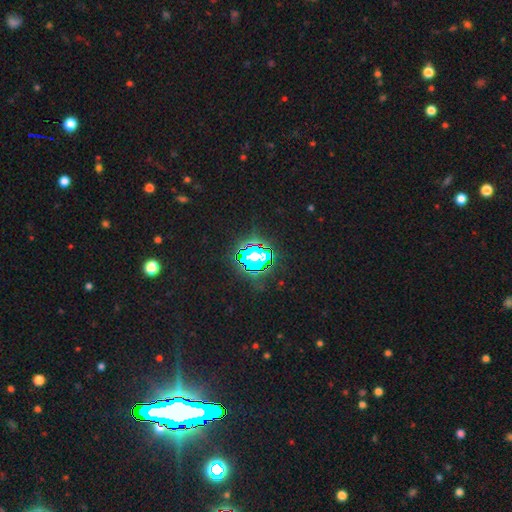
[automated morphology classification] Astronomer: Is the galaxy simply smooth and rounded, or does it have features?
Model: star or artifact — 78%.